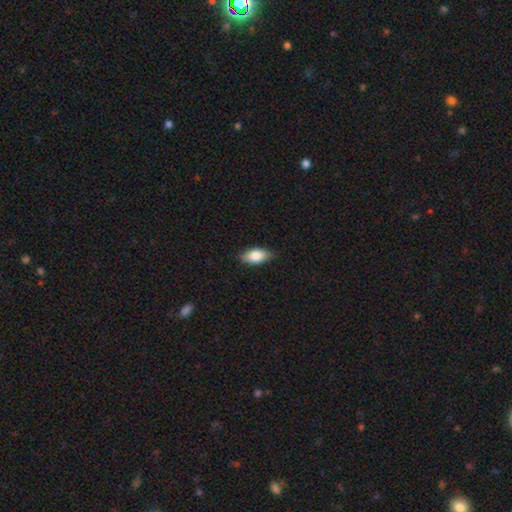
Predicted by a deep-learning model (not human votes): smooth-or-featured: smooth: 83% | featured or disk: 10% | star or artifact: 7%
  how-rounded: in between: 91% | cigar-shaped: 5% | round: 4%
  merging: none: 82% | minor disturbance: 14% | major disturbance: 2% | merger: 1%